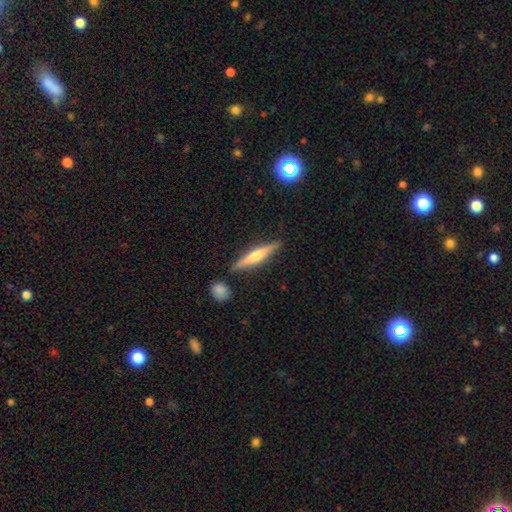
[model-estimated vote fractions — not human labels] featured or disk 55%, smooth 38%, star or artifact 7%. Down the decision tree: edge-on disk — yes (96%); edge-on bulge — rounded (73%); merging — none (86%).